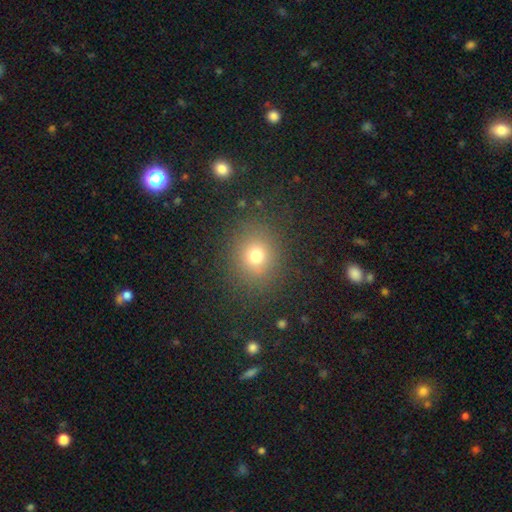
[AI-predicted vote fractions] A smooth galaxy with no disk features (73%) that is round (77%). Merging: none (85%).